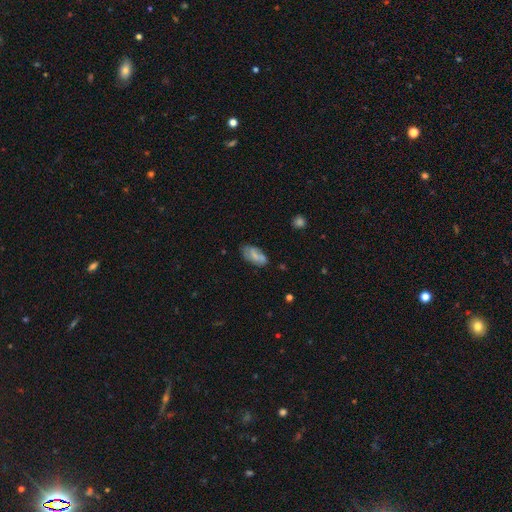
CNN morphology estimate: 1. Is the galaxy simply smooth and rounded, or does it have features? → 62% smooth, 31% featured or disk, 8% star or artifact.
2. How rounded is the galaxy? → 90% in between, 7% cigar-shaped, 3% round.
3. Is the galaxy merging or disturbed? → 65% none, 24% minor disturbance, 7% major disturbance, 4% merger.